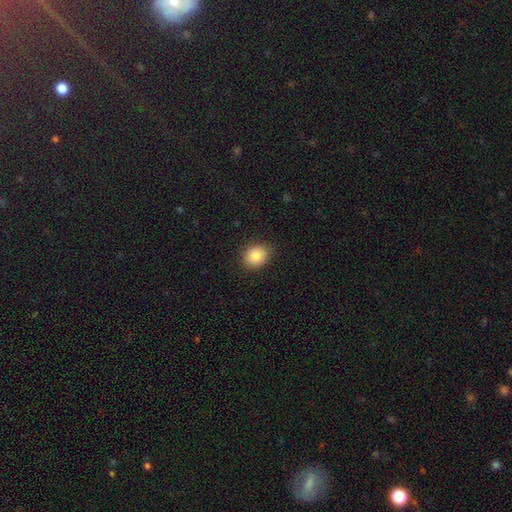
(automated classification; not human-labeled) A smooth galaxy with no disk features (85%) that is round (56%). Merging: none (87%).